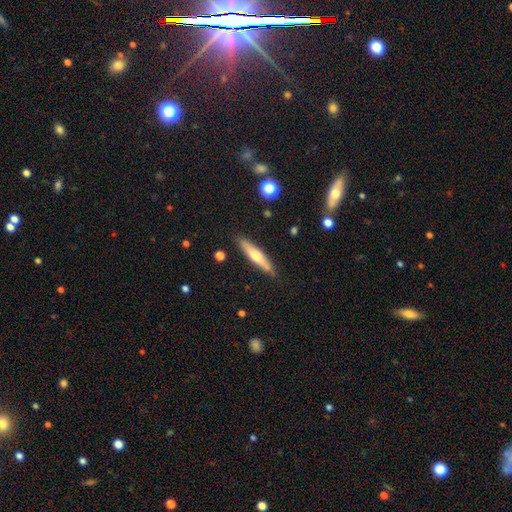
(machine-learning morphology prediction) Smooth or featured? smooth (51%)
How rounded? cigar-shaped (83%)
Merging? none (85%)